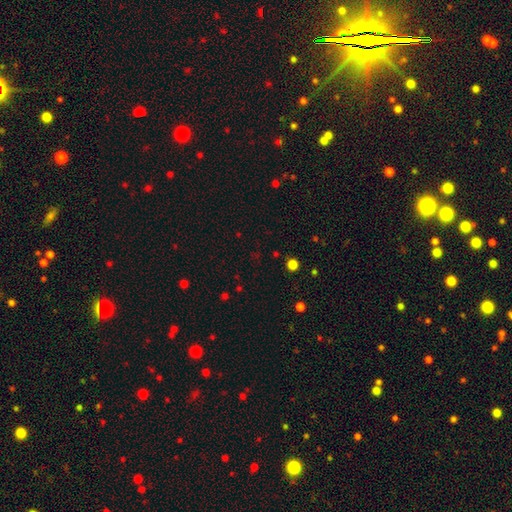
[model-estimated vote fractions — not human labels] Smooth or featured? Predicted: star or artifact (p=0.53).